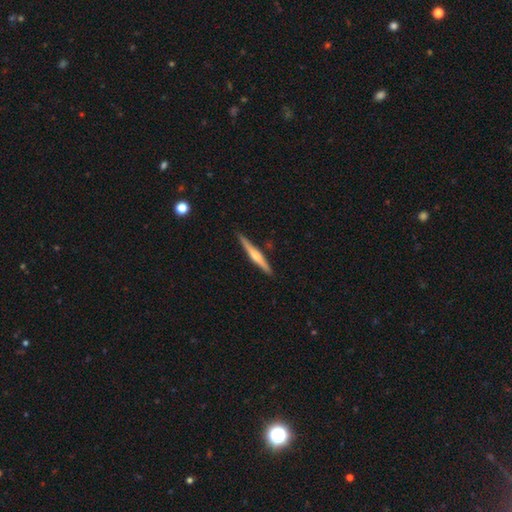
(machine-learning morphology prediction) A featured or disk galaxy (62%) viewed edge-on (98%) with a rounded central bulge (79%). Merging: none (89%).